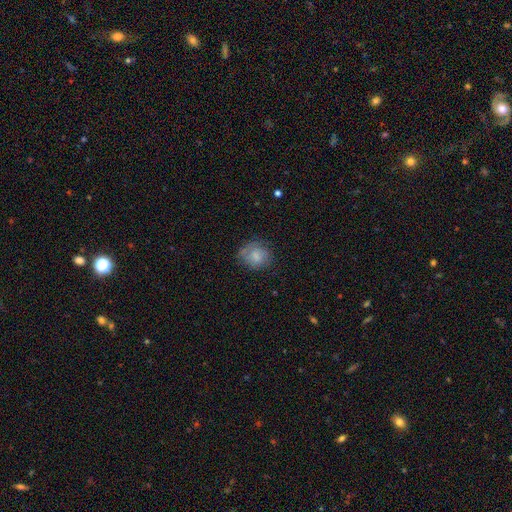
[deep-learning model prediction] smooth-or-featured: smooth: 75% | featured or disk: 17% | star or artifact: 9%
  how-rounded: round: 71% | in between: 28% | cigar-shaped: 1%
  merging: none: 67% | minor disturbance: 23% | major disturbance: 9% | merger: 2%